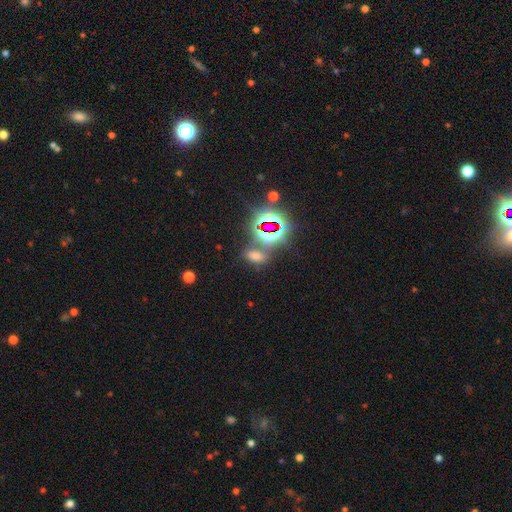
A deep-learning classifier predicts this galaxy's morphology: A smooth galaxy with no disk features (51%) that is in between round and cigar-shaped (85%).

Vote fractions:
- Smooth or featured? smooth: 51% / star or artifact: 41% / featured or disk: 8%
- How rounded? in between: 85% / round: 10% / cigar-shaped: 5%
- Merging? none: 63% / merger: 17% / minor disturbance: 13% / major disturbance: 7%